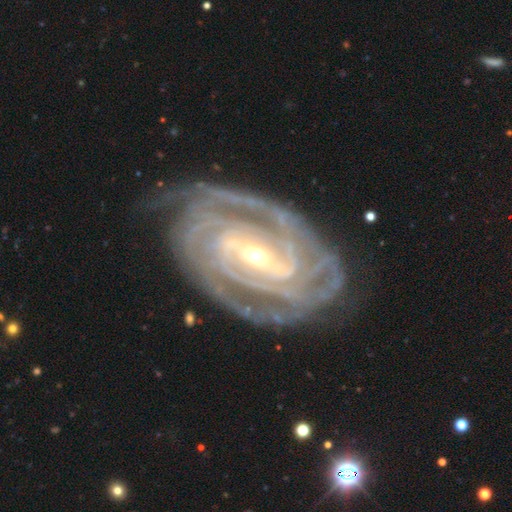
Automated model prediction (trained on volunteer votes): Smooth or featured?
  - featured or disk: 93% *
  - star or artifact: 4%
  - smooth: 3%
Edge-on disk?
  - no: 97% *
  - yes: 3%
Bar?
  - strong: 53% *
  - weak: 34%
  - no: 13%
Spiral arms?
  - yes: 98% *
  - no: 2%
Spiral winding?
  - tight: 80% *
  - medium: 18%
  - loose: 3%
Spiral arm count?
  - 4: 22% * (tied)
  - 3: 22% * (tied)
  - 2: 21%
  - can't tell: 17%
  - more than 4: 10%
  - 1: 7%
Bulge size?
  - small: 63% *
  - moderate: 34%
  - large: 2%
  - none: 1%
  - dominant: 1%
Merging?
  - none: 79% *
  - minor disturbance: 15%
  - major disturbance: 5%
  - merger: 1%